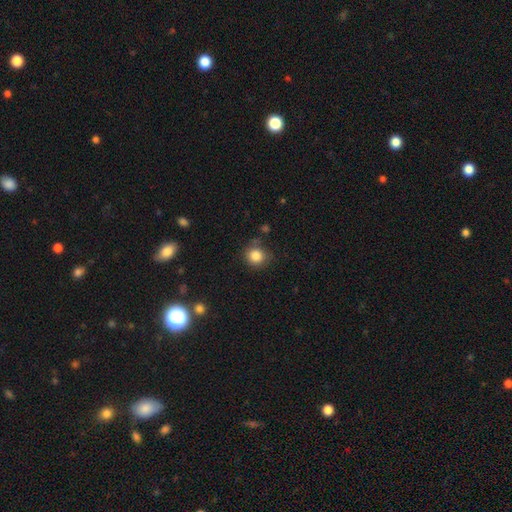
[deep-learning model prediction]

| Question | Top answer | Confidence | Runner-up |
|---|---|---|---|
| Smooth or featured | smooth | 85% | star or artifact (11%) |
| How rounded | round | 88% | in between (11%) |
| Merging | none | 74% | minor disturbance (16%) |